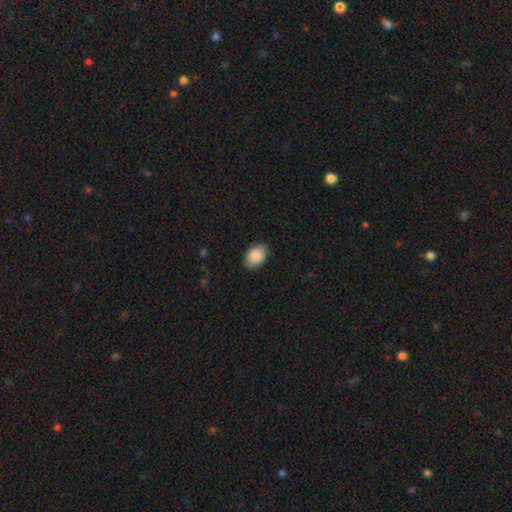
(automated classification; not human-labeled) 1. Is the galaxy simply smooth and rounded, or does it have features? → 89% smooth, 7% star or artifact, 4% featured or disk.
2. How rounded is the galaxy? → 80% in between, 19% round, 1% cigar-shaped.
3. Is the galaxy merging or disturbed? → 87% none, 10% minor disturbance, 2% major disturbance, 1% merger.